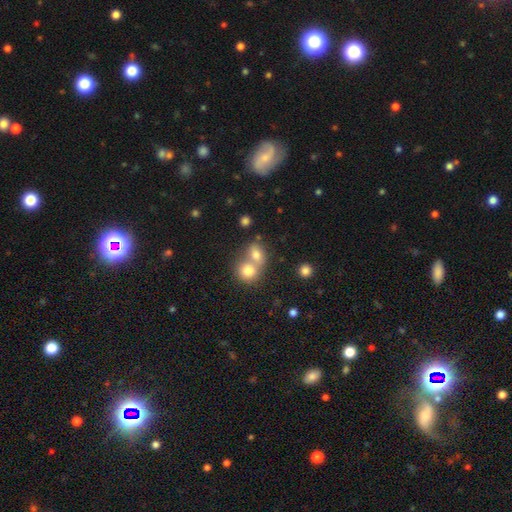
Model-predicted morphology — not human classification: This appears to be a smooth galaxy with no disk features (68%) that is round (74%). Merging: merger (58%).